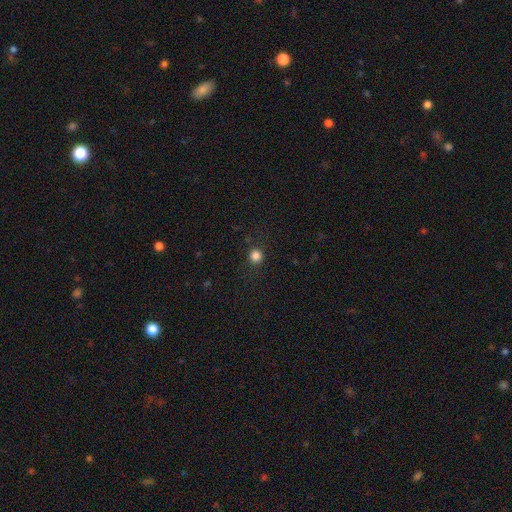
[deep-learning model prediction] Smooth or featured?
  - smooth: 83% *
  - star or artifact: 13%
  - featured or disk: 4%
How rounded?
  - round: 94% *
  - in between: 5%
  - cigar-shaped: 1%
Merging?
  - none: 90% *
  - minor disturbance: 7%
  - major disturbance: 3%
  - merger: 1%